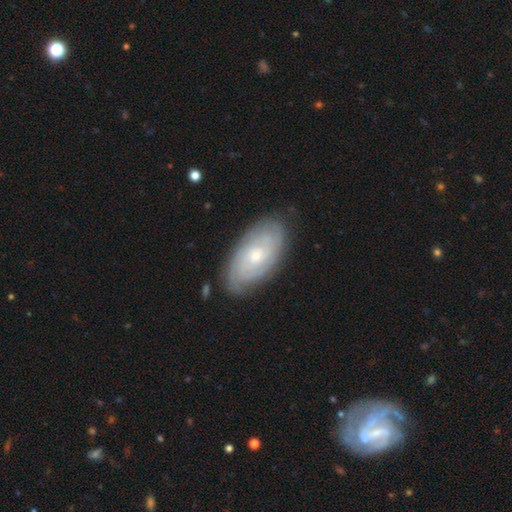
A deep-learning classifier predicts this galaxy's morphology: type=featured or disk (77%); edge-on=no (94%); bar=no (77%); spiral arms=yes (92%); winding=tight (78%); arm count=can't tell (45%); bulge=small (62%); merging=none (81%).